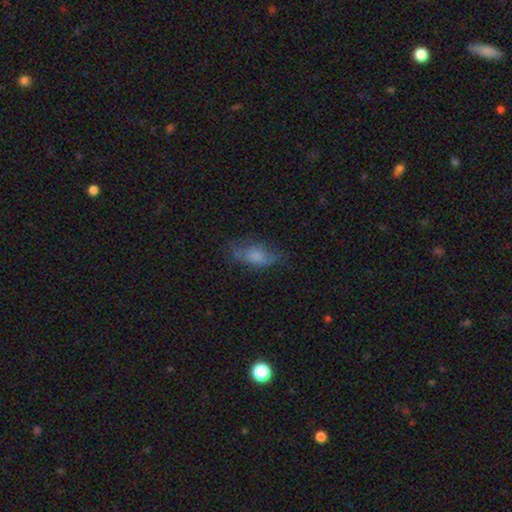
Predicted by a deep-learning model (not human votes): Smooth or featured: smooth — 68% (featured or disk — 23%)
How rounded: in between — 77% (cigar-shaped — 19%)
Merging: none — 61% (minor disturbance — 25%)